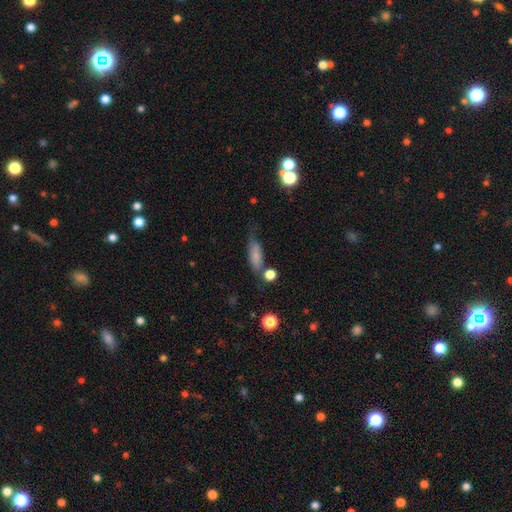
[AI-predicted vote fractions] Smooth or featured?
  - smooth: 77% *
  - featured or disk: 14%
  - star or artifact: 9%
How rounded?
  - in between: 61% *
  - cigar-shaped: 34%
  - round: 4%
Merging?
  - none: 53% *
  - minor disturbance: 26%
  - merger: 11%
  - major disturbance: 10%